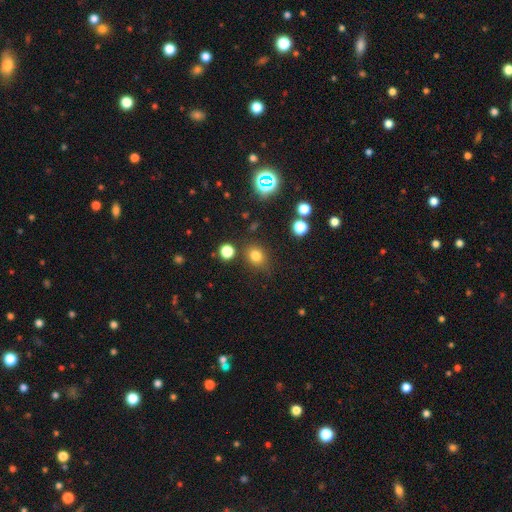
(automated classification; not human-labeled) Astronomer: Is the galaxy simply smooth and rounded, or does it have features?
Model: smooth — 77%.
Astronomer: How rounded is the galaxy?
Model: round — 65%.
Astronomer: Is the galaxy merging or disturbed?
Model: none — 79%.